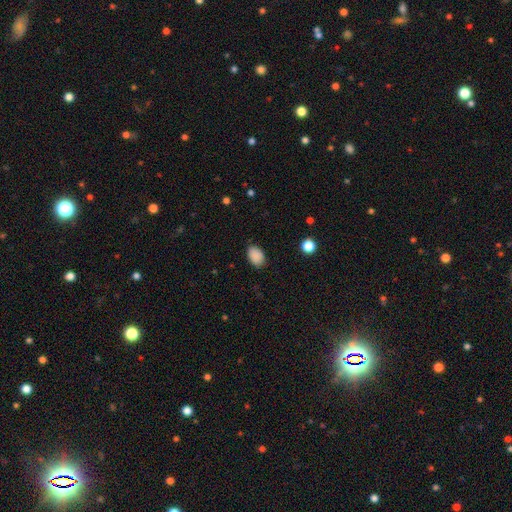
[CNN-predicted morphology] The model was most divided on "how rounded": in between: 83%, round: 16%, cigar-shaped: 1%. More confident: smooth or featured — smooth (89%); merging — none (85%).